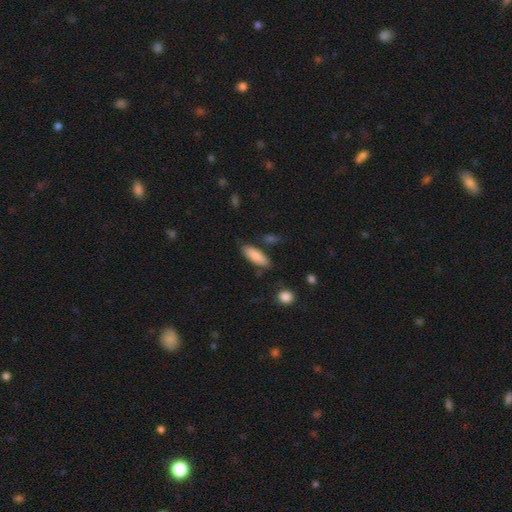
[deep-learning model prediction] This is clearly a smooth galaxy (86%). How rounded: likely in between (61%). Merging: likely none (79%).